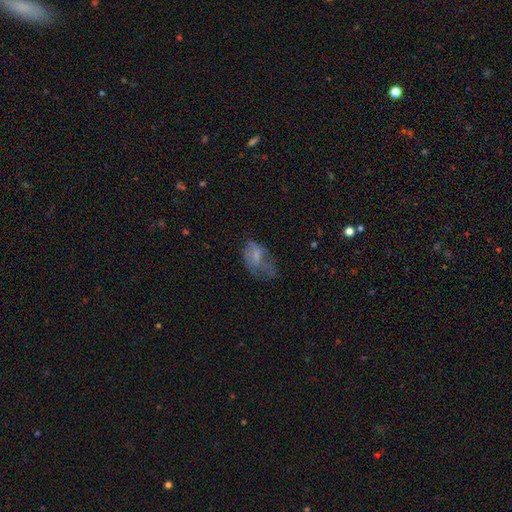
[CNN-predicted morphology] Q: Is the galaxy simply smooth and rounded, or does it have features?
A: smooth — 51%.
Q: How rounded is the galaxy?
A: in between — 87%.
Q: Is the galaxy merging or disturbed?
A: major disturbance — 40%.